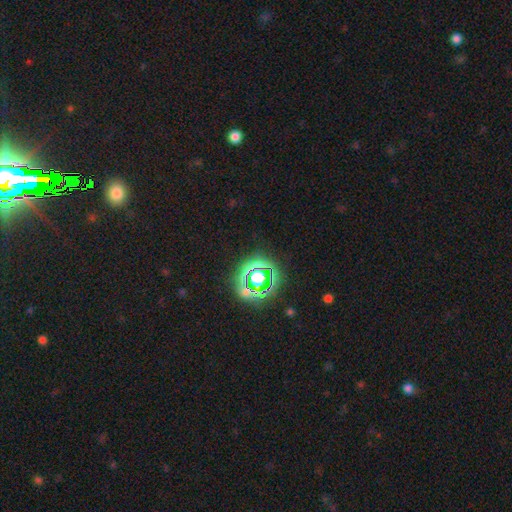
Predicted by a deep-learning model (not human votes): A star or artifact, not a galaxy (82%).